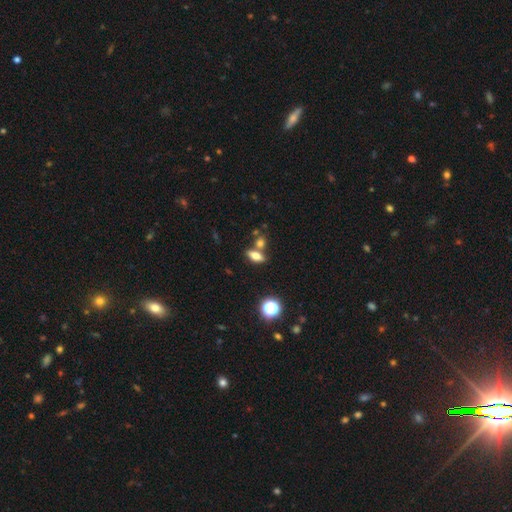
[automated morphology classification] Smooth or featured? smooth (64%)
How rounded? in between (72%)
Merging? none (64%)